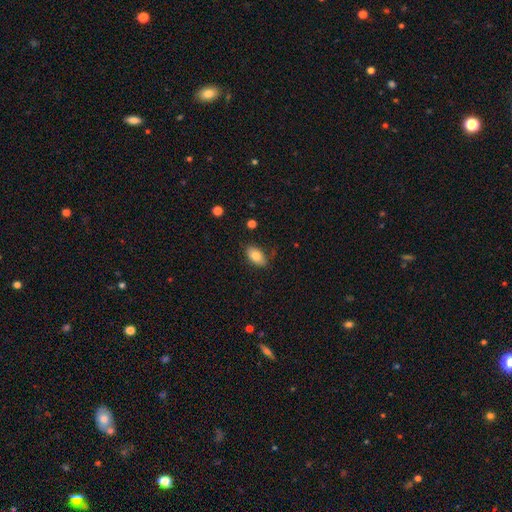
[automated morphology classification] Smooth or featured? Predicted: smooth (p=0.82). How rounded? Predicted: in between (p=0.92). Merging? Predicted: none (p=0.80).